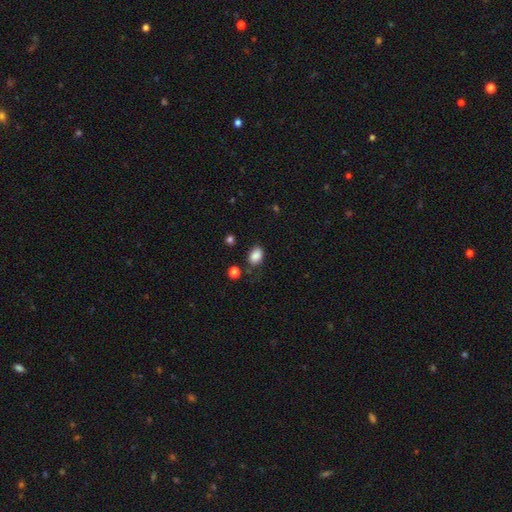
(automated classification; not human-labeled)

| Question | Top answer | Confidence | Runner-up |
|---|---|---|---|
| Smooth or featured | smooth | 87% | star or artifact (9%) |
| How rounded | in between | 76% | round (22%) |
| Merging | none | 72% | minor disturbance (18%) |